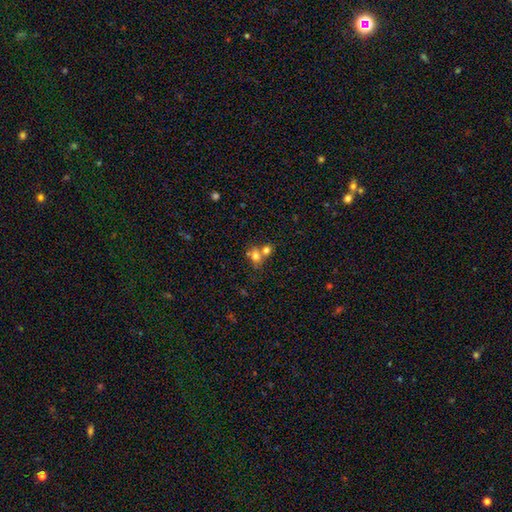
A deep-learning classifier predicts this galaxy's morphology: Smooth or featured: smooth — 73% (featured or disk — 15%)
How rounded: round — 63% (in between — 36%)
Merging: merger — 58% (none — 31%)